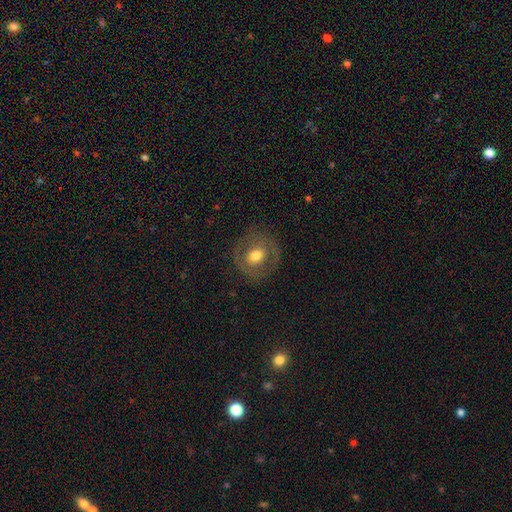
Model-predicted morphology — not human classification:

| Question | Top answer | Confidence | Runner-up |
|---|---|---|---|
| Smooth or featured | smooth | 52% | featured or disk (39%) |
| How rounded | round | 83% | in between (16%) |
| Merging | none | 80% | minor disturbance (12%) |